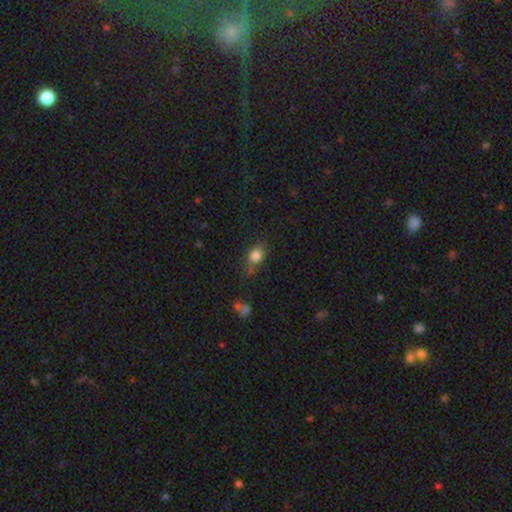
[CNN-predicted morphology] smooth_or_featured: smooth (p=0.80) [alt: star or artifact p=0.11]
how_rounded: in between (p=0.52) [alt: round p=0.45]
merging: none (p=0.60) [alt: minor disturbance p=0.25]